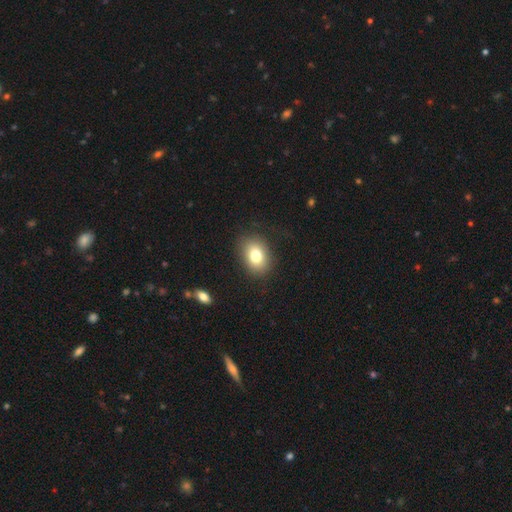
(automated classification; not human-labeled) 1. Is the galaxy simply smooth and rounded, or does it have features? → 78% smooth, 12% featured or disk, 10% star or artifact.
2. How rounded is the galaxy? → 66% in between, 33% round, 1% cigar-shaped.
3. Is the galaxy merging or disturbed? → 84% none, 11% minor disturbance, 4% major disturbance, 1% merger.